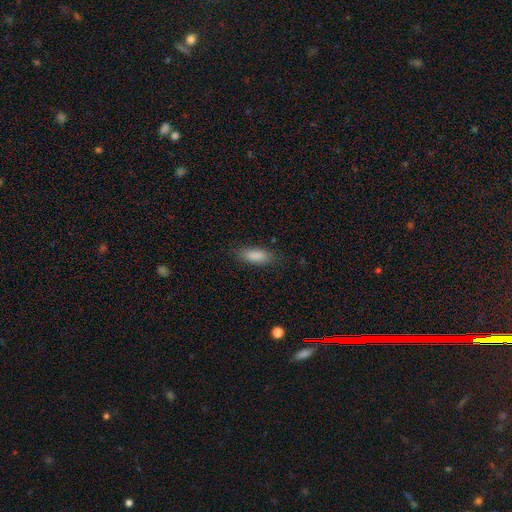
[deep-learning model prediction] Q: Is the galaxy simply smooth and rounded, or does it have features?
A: smooth — 87%.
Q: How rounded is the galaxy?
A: in between — 77%.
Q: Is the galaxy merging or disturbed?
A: none — 81%.